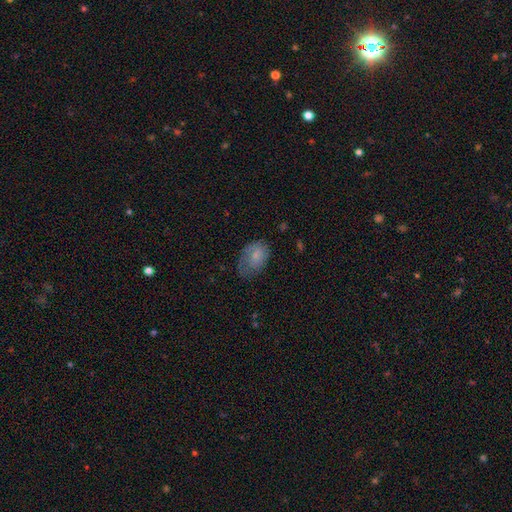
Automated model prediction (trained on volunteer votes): A smooth galaxy with no disk features (73%) that is in between round and cigar-shaped (84%).

Vote fractions:
- Smooth or featured? smooth: 73% / featured or disk: 19% / star or artifact: 8%
- How rounded? in between: 84% / round: 15% / cigar-shaped: 1%
- Merging? none: 45% / minor disturbance: 34% / major disturbance: 19% / merger: 2%